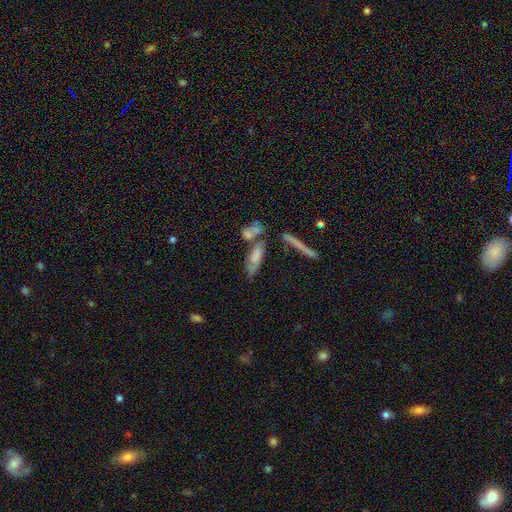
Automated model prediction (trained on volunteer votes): A smooth galaxy with no disk features (45%).

Vote fractions:
- Smooth or featured? smooth: 45% / featured or disk: 42% / star or artifact: 13%
- Merging? none: 43% / merger: 33% / minor disturbance: 15% / major disturbance: 10%